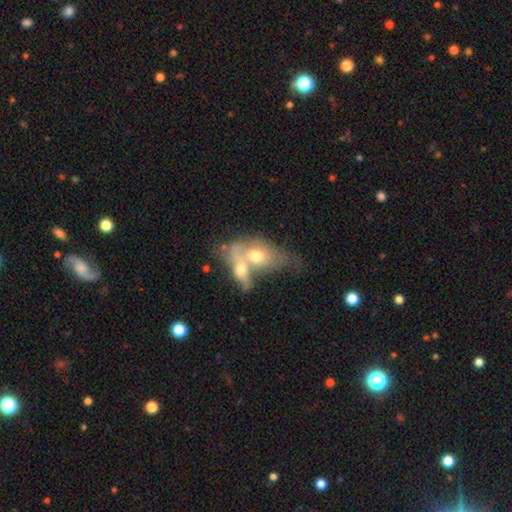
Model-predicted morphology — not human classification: This appears to be a smooth galaxy with no disk features (52%) that is in between round and cigar-shaped (80%). Merging: merger (72%).